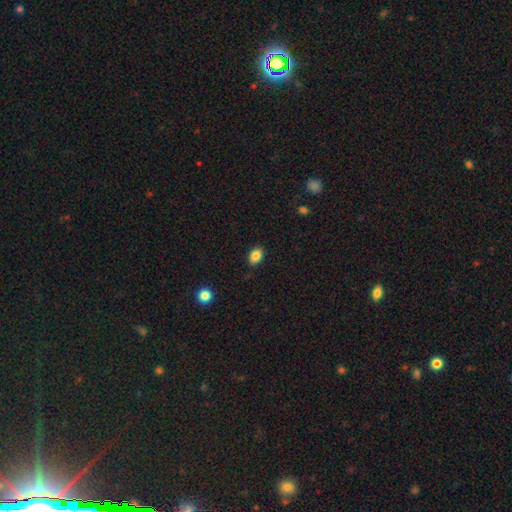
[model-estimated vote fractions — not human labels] This appears to be a smooth galaxy with no disk features (86%) that is in between round and cigar-shaped (79%). Merging: none (88%).